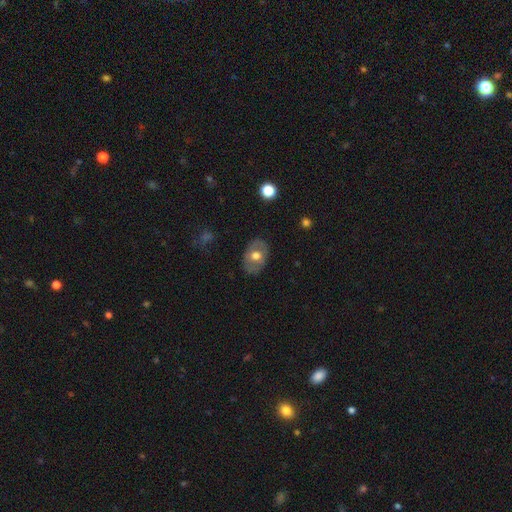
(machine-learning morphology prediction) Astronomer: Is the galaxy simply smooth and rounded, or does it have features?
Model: smooth — 55% (runner-up: featured or disk, 38%).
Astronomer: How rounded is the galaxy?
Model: in between — 77%.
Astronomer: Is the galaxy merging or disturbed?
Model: none — 80%.